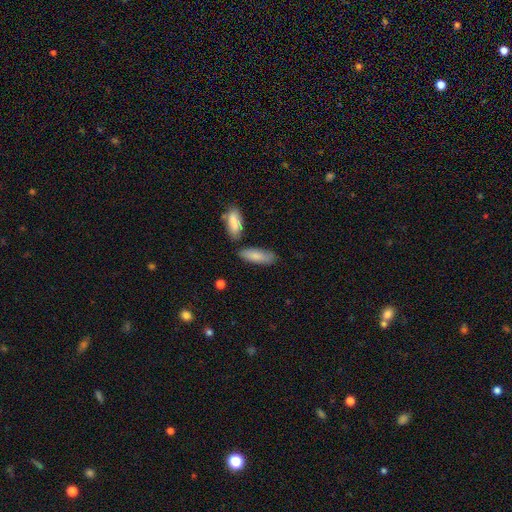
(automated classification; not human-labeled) A smooth galaxy with no disk features (83%) that is in between round and cigar-shaped (59%).

Vote fractions:
- Smooth or featured? smooth: 83% / featured or disk: 11% / star or artifact: 6%
- How rounded? in between: 59% / cigar-shaped: 39% / round: 2%
- Merging? none: 70% / minor disturbance: 16% / merger: 11% / major disturbance: 3%